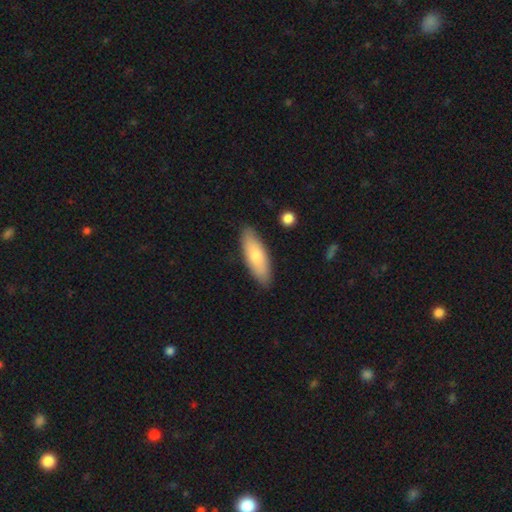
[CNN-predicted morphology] The model was most divided on "how rounded": in between: 58%, cigar-shaped: 40%, round: 2%. More confident: merging — none (87%); smooth or featured — smooth (73%).